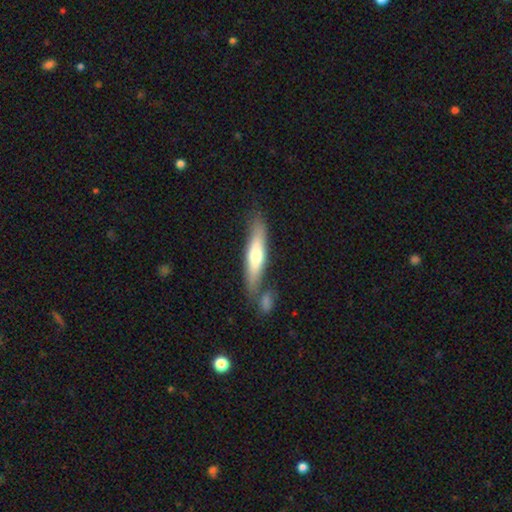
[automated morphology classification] smooth_or_featured: smooth (p=0.55) [alt: featured or disk p=0.40]
how_rounded: cigar-shaped (p=0.82) [alt: in between p=0.17]
merging: none (p=0.67) [alt: merger p=0.15]